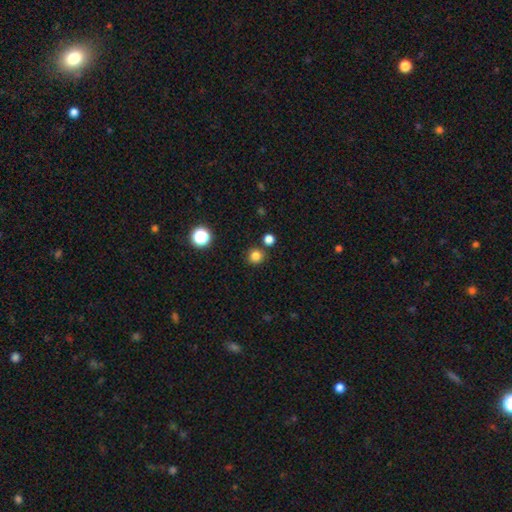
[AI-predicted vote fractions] This is clearly a smooth galaxy (81%). How rounded: clearly round (93%). Merging: clearly none (83%).